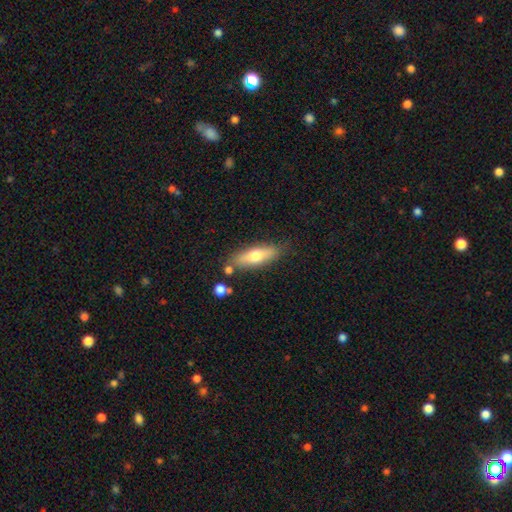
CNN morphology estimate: smooth-or-featured: smooth: 63% | featured or disk: 30% | star or artifact: 6%
  how-rounded: cigar-shaped: 52% | in between: 46% | round: 3%
  merging: none: 78% | minor disturbance: 13% | merger: 6% | major disturbance: 3%